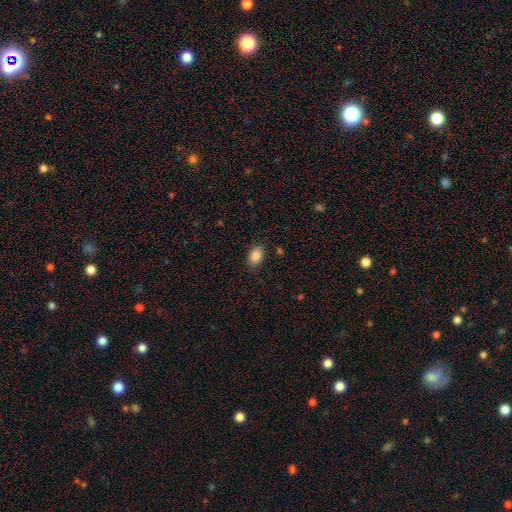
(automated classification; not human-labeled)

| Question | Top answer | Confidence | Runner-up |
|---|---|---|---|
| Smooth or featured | smooth | 87% | star or artifact (8%) |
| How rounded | in between | 83% | round (16%) |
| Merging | none | 84% | minor disturbance (12%) |